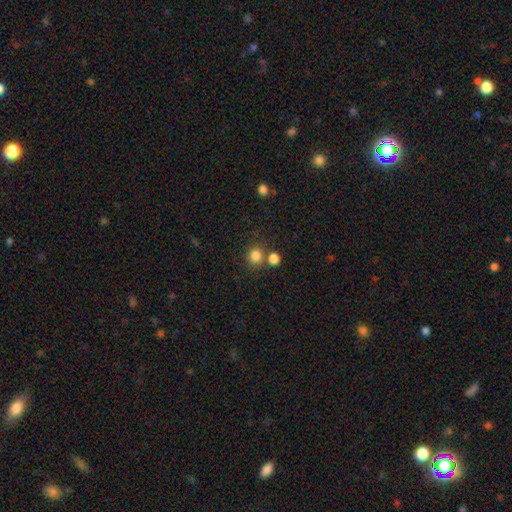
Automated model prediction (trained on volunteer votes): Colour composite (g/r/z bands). It shows a smooth galaxy with no disk features (83%) that is round (86%). Merging: none (70%).